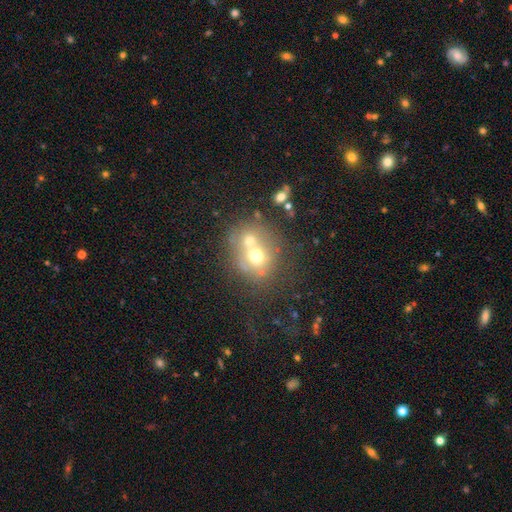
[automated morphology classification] Smooth or featured? smooth (58%)
How rounded? round (76%)
Merging? merger (53%)